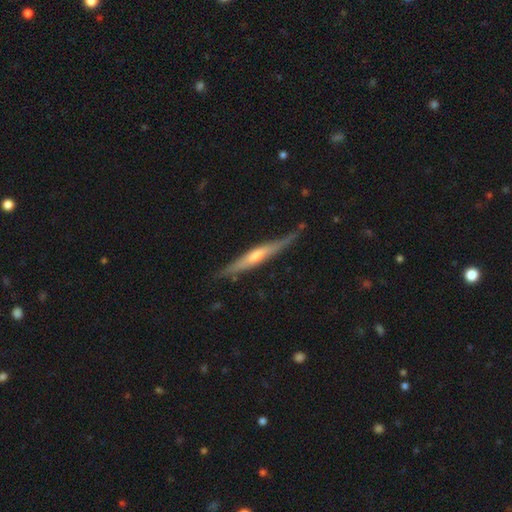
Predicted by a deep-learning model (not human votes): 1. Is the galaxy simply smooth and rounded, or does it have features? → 73% featured or disk, 21% smooth, 6% star or artifact.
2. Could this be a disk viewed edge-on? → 95% yes, 5% no.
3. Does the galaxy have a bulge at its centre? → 73% rounded, 19% none, 8% boxy.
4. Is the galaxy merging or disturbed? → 76% none, 19% minor disturbance, 4% major disturbance, 2% merger.